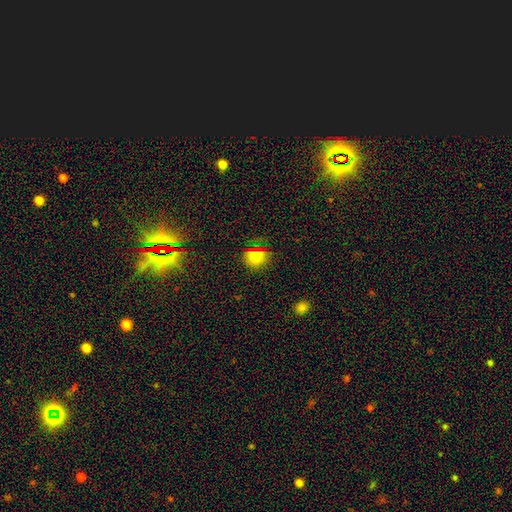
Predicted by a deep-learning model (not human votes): Smooth or featured? Predicted: smooth (p=0.78). How rounded? Predicted: round (p=0.67). Merging? Predicted: none (p=0.74).